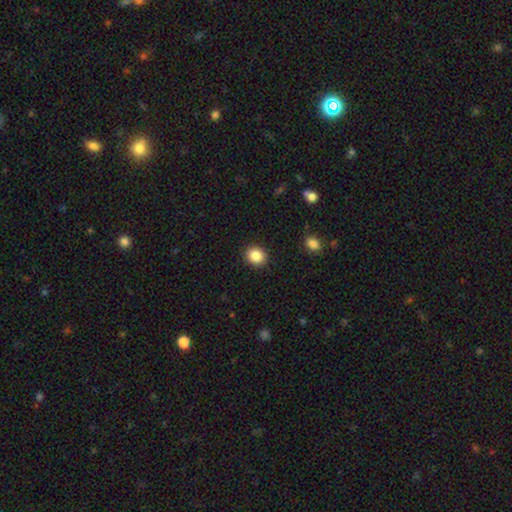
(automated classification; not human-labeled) A smooth galaxy with no disk features (87%) that is round (73%). Merging: none (91%).